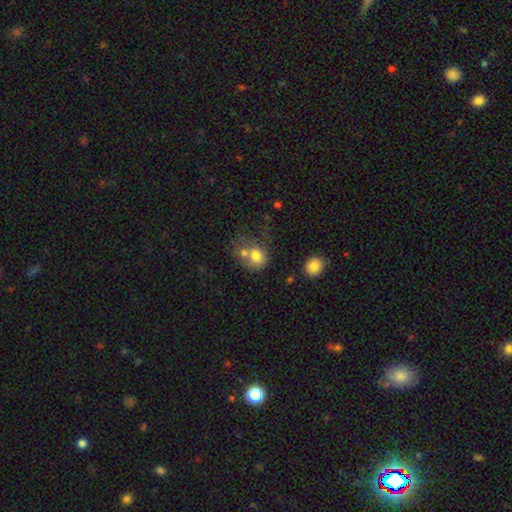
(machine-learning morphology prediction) Smooth or featured? Predicted: smooth (p=0.71). How rounded? Predicted: round (p=0.62). Merging? Predicted: merger (p=0.54).